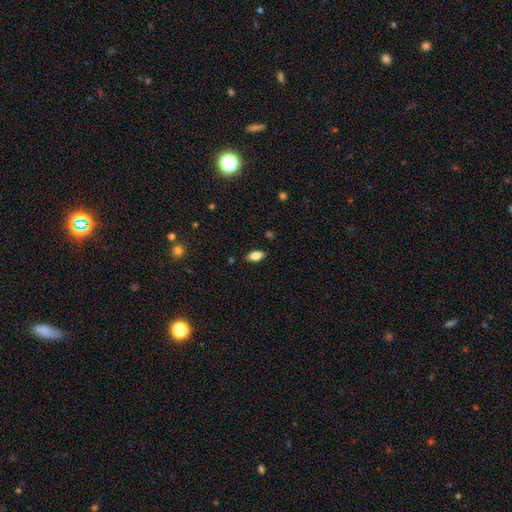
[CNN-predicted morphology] Smooth or featured: smooth — 78% (featured or disk — 14%)
How rounded: in between — 89% (cigar-shaped — 8%)
Merging: none — 87% (minor disturbance — 10%)